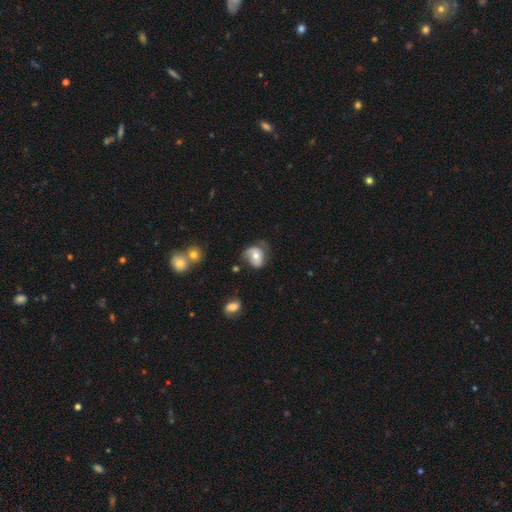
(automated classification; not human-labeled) Overall: smooth (49%; featured or disk 43%). Merging: none (43%; minor disturbance 34%).